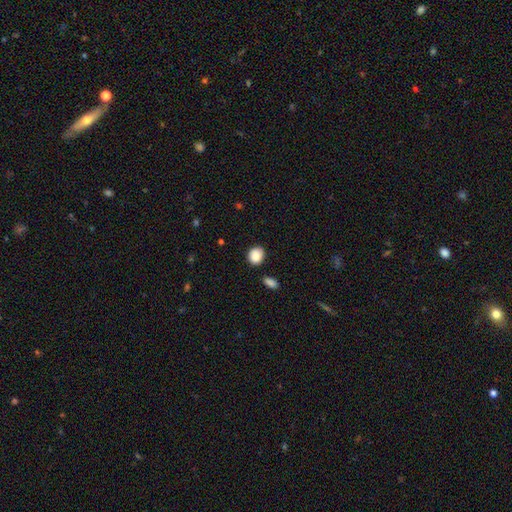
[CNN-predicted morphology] Smooth or featured? Predicted: smooth (p=0.89). How rounded? Predicted: round (p=0.67). Merging? Predicted: none (p=0.80).